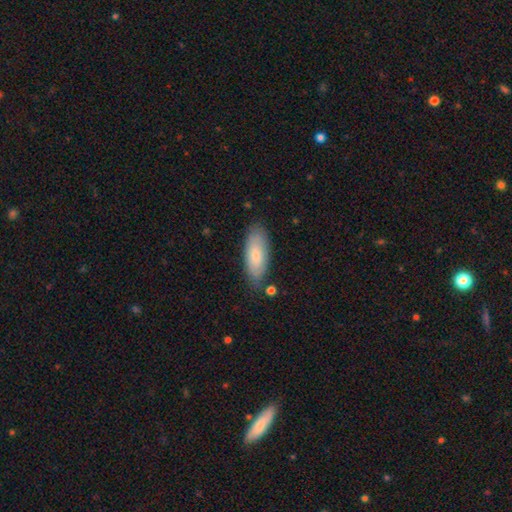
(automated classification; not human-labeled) A smooth galaxy with no disk features (77%) that is in between round and cigar-shaped (78%).

Vote fractions:
- Smooth or featured? smooth: 77% / featured or disk: 17% / star or artifact: 6%
- How rounded? in between: 78% / cigar-shaped: 20% / round: 2%
- Merging? none: 77% / minor disturbance: 17% / major disturbance: 3% / merger: 3%